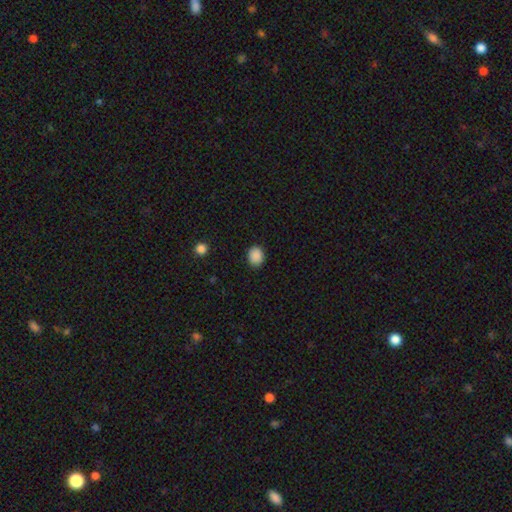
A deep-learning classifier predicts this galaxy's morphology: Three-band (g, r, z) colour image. It shows a smooth galaxy with no disk features (89%) that is round (57%). Merging: none (89%).